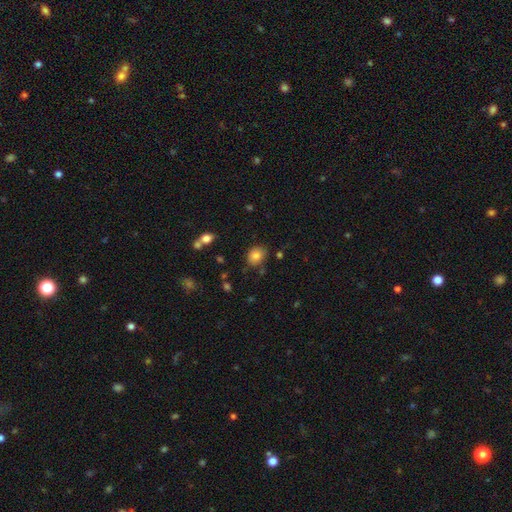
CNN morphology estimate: smooth-or-featured: smooth: 82% | star or artifact: 10% | featured or disk: 8%
  how-rounded: in between: 51% | round: 48% | cigar-shaped: 1%
  merging: none: 78% | minor disturbance: 15% | merger: 4% | major disturbance: 3%